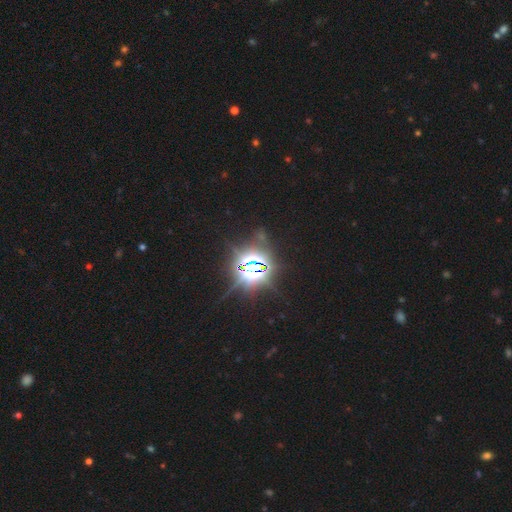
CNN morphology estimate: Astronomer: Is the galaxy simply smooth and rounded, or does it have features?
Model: star or artifact — 87%.